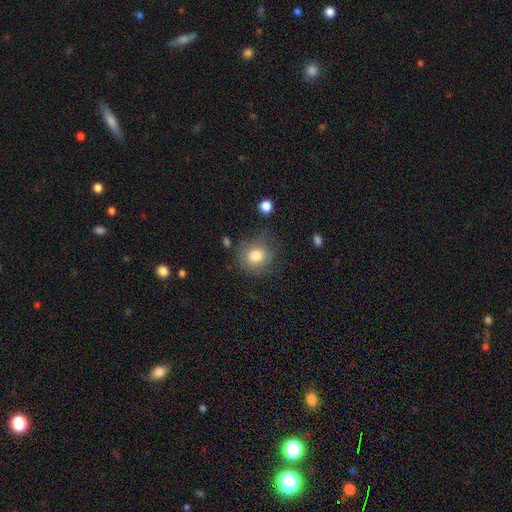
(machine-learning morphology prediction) This appears to be a smooth galaxy with no disk features (78%) that is round (77%). Merging: none (66%).